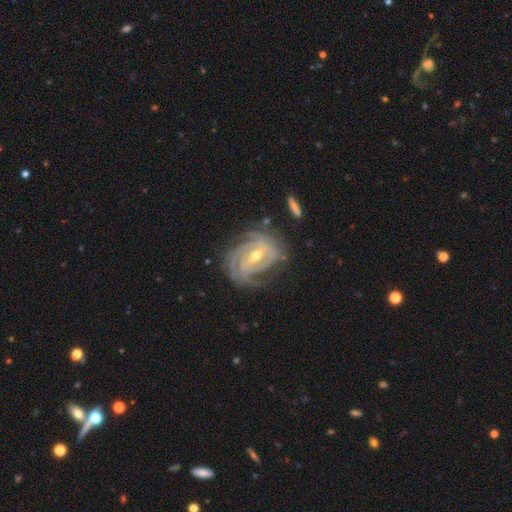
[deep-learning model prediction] smooth_or_featured: featured or disk (p=0.91) [alt: star or artifact p=0.05]
disk_edge_on: no (p=0.97) [alt: yes p=0.03]
bar: weak (p=0.46) [alt: strong p=0.33]
has_spiral_arms: yes (p=0.97) [alt: no p=0.03]
spiral_winding: tight (p=0.74) [alt: medium p=0.22]
spiral_arm_count: 3 (p=0.33) [alt: 2 p=0.22]
bulge_size: moderate (p=0.59) [alt: small p=0.37]
merging: none (p=0.67) [alt: minor disturbance p=0.21]